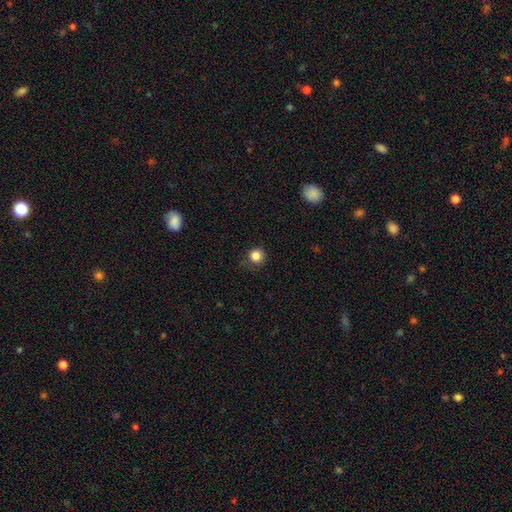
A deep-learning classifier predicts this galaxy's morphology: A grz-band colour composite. It shows a smooth galaxy with no disk features (83%) that is round (91%). Merging: none (80%).